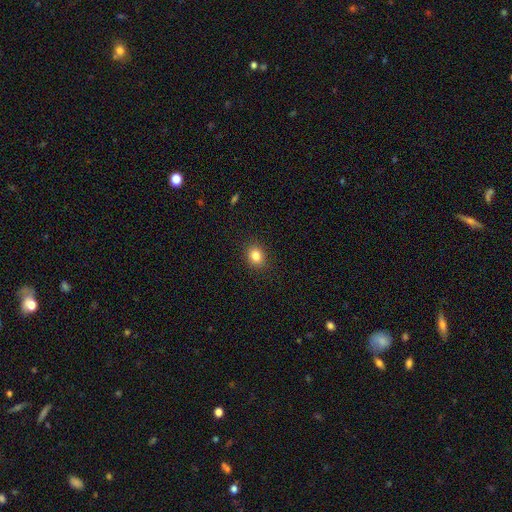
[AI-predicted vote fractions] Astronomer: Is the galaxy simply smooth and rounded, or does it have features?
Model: smooth — 84%.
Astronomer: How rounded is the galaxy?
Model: round — 54% (runner-up: in between, 45%).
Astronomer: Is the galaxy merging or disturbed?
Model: none — 89%.